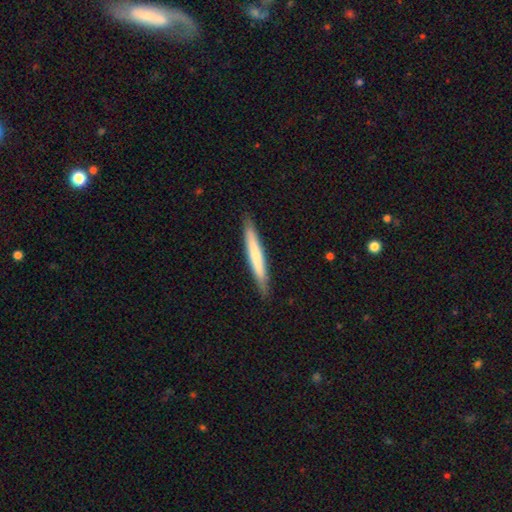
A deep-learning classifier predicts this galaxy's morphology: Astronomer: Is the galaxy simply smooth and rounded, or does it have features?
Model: smooth — 64%.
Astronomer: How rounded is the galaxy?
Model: cigar-shaped — 96%.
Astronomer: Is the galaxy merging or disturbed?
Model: none — 89%.